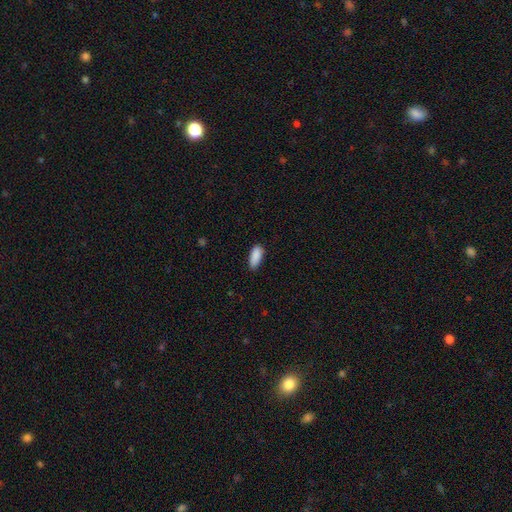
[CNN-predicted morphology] A smooth galaxy with no disk features (89%) that is in between round and cigar-shaped (83%).

Vote fractions:
- Smooth or featured? smooth: 89% / star or artifact: 7% / featured or disk: 4%
- How rounded? in between: 83% / cigar-shaped: 15% / round: 2%
- Merging? none: 78% / minor disturbance: 18% / major disturbance: 3% / merger: 1%